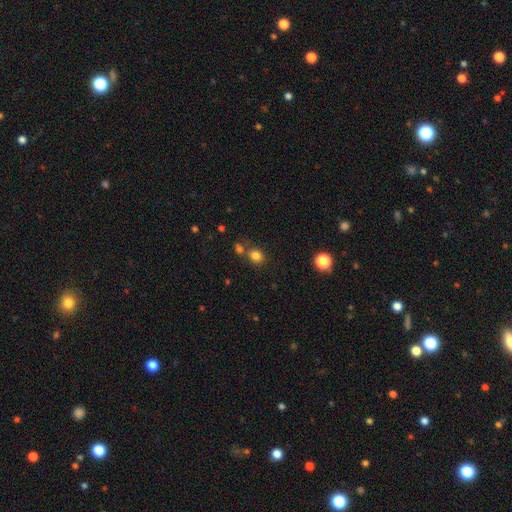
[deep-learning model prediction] Smooth or featured?
  - smooth: 80% *
  - star or artifact: 14%
  - featured or disk: 6%
How rounded?
  - round: 69% *
  - in between: 30%
  - cigar-shaped: 1%
Merging?
  - none: 66% *
  - merger: 20%
  - minor disturbance: 10%
  - major disturbance: 4%